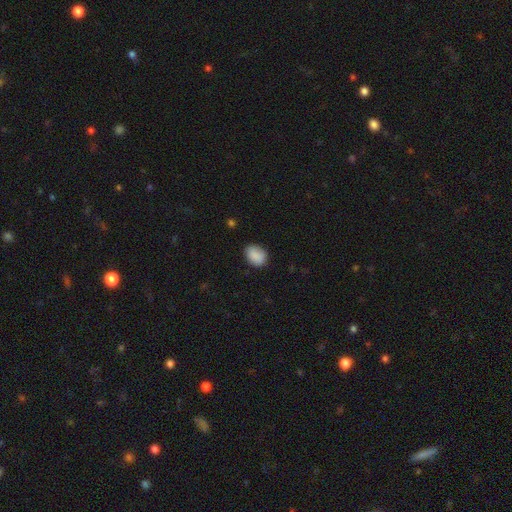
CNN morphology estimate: smooth_or_featured: smooth (p=0.89) [alt: star or artifact p=0.07]
how_rounded: in between (p=0.67) [alt: round p=0.32]
merging: none (p=0.81) [alt: minor disturbance p=0.15]